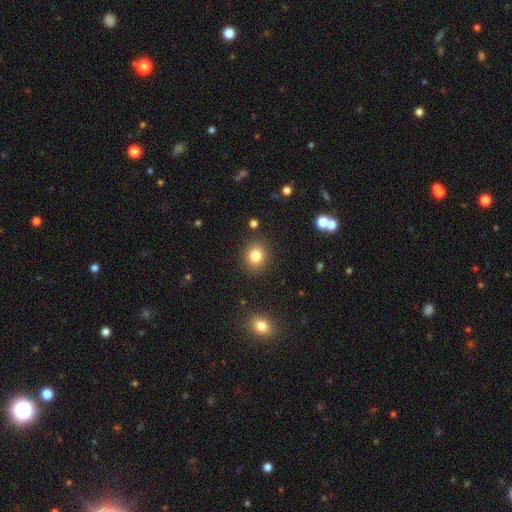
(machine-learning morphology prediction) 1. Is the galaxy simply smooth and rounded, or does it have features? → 82% smooth, 12% star or artifact, 7% featured or disk.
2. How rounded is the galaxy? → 80% round, 19% in between, 1% cigar-shaped.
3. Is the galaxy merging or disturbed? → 88% none, 7% minor disturbance, 3% major disturbance, 2% merger.